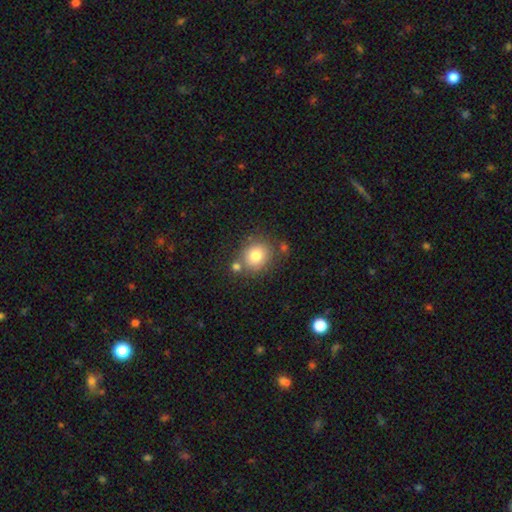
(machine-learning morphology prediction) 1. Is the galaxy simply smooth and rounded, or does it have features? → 79% smooth, 11% featured or disk, 10% star or artifact.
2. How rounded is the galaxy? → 75% round, 24% in between, 1% cigar-shaped.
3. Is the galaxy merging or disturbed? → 68% none, 15% merger, 12% minor disturbance, 4% major disturbance.